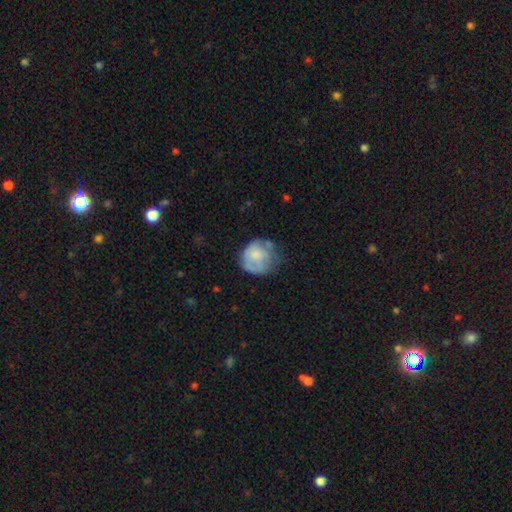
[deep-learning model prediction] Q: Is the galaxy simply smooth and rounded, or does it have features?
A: smooth — 54%.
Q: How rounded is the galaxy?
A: round — 81%.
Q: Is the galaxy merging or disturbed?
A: none — 48%.